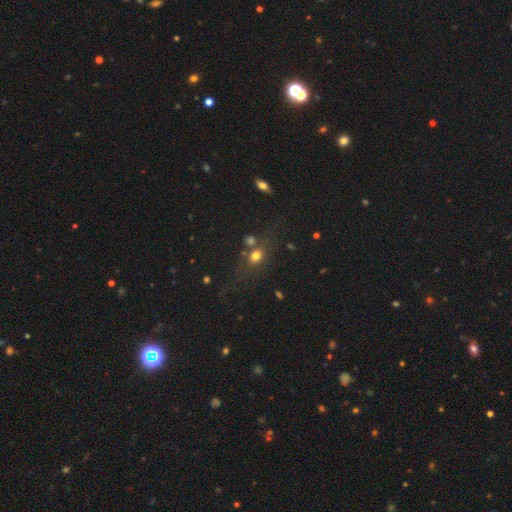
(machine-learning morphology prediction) smooth_or_featured: smooth (p=0.72) [alt: star or artifact p=0.16]
how_rounded: round (p=0.51) [alt: in between p=0.46]
merging: none (p=0.57) [alt: merger p=0.19]